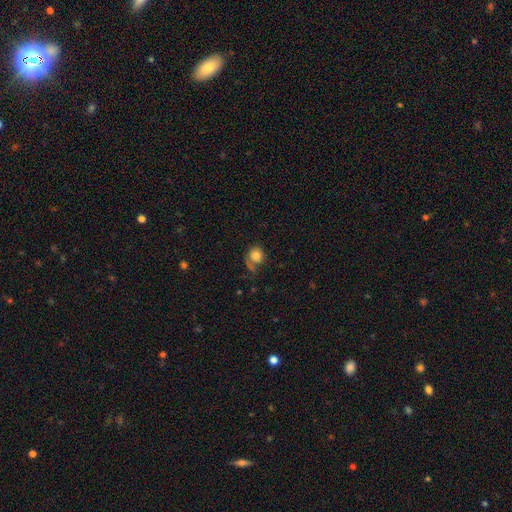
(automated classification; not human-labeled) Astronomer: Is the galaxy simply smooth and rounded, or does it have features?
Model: smooth — 79%.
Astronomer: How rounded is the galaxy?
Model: round — 78%.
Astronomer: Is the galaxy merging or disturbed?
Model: none — 51%.